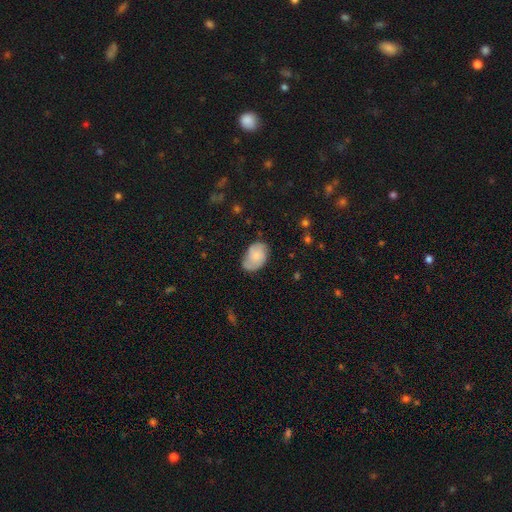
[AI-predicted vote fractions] Smooth or featured? smooth (62%)
How rounded? in between (86%)
Merging? none (64%)